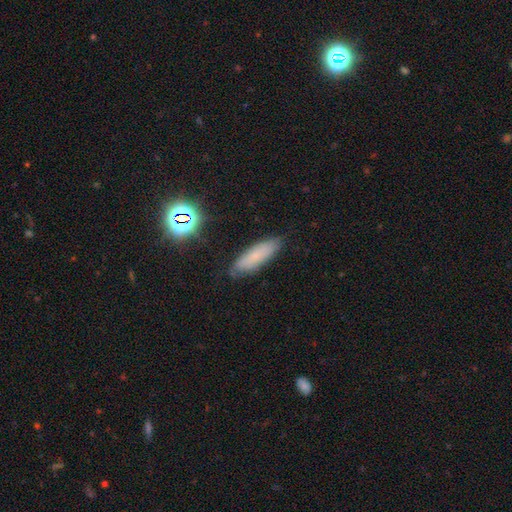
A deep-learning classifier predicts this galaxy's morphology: Overall: smooth (73%). How rounded: cigar-shaped (59%; in between 39%). Merging: none (83%).